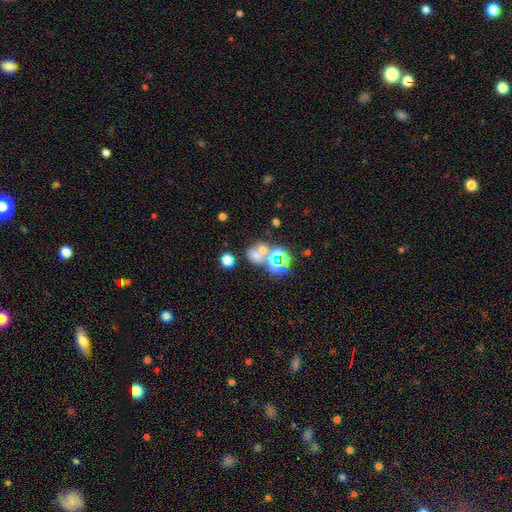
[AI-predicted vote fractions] Smooth or featured?
  - smooth: 49% *
  - star or artifact: 38%
  - featured or disk: 13%
Merging?
  - none: 44% *
  - merger: 39%
  - minor disturbance: 9%
  - major disturbance: 8%